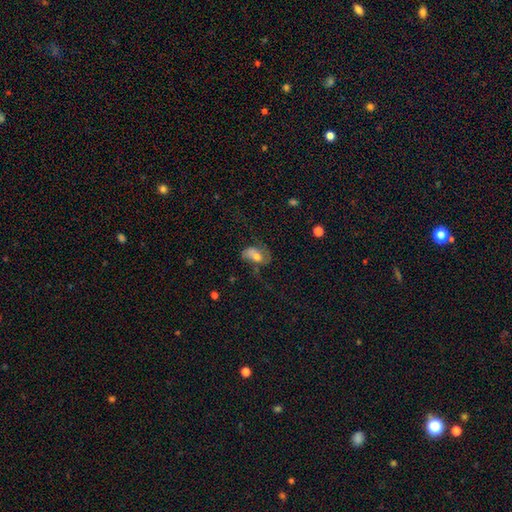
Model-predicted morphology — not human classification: Smooth or featured? Predicted: smooth (p=0.48). Merging? Predicted: none (p=0.40).